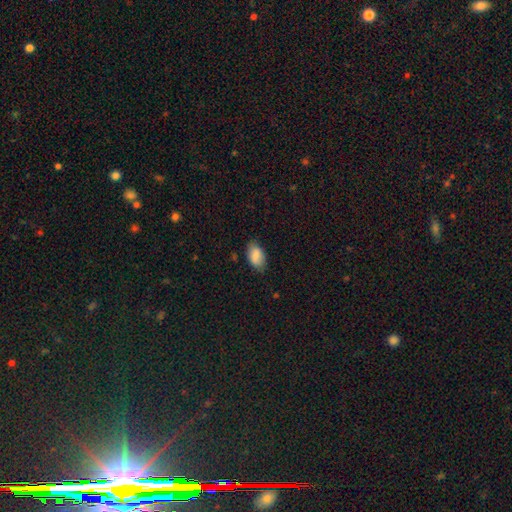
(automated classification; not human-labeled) Smooth or featured?
  - smooth: 87% *
  - star or artifact: 7%
  - featured or disk: 7%
How rounded?
  - in between: 92% *
  - round: 7%
  - cigar-shaped: 2%
Merging?
  - none: 76% *
  - minor disturbance: 19%
  - major disturbance: 4%
  - merger: 1%